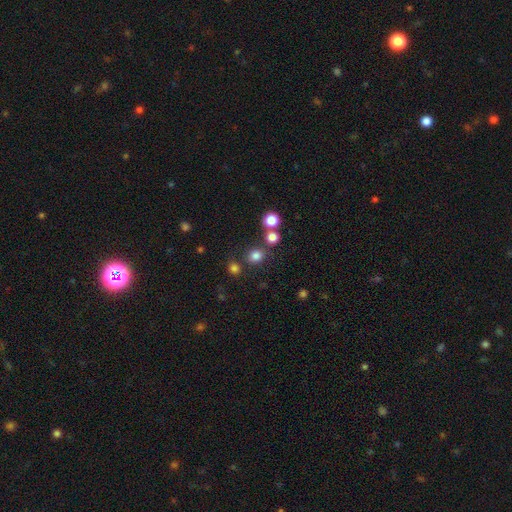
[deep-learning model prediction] A smooth galaxy with no disk features (79%) that is round (77%). Merging: none (77%).